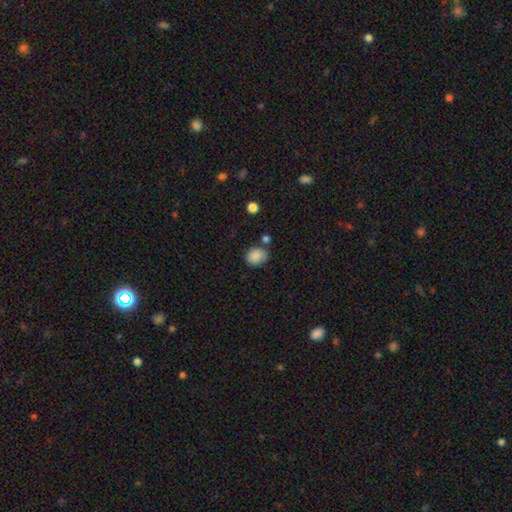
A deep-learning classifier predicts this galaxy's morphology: smooth_or_featured: smooth (p=0.87) [alt: star or artifact p=0.09]
how_rounded: in between (p=0.50) [alt: round p=0.49]
merging: none (p=0.70) [alt: minor disturbance p=0.17]